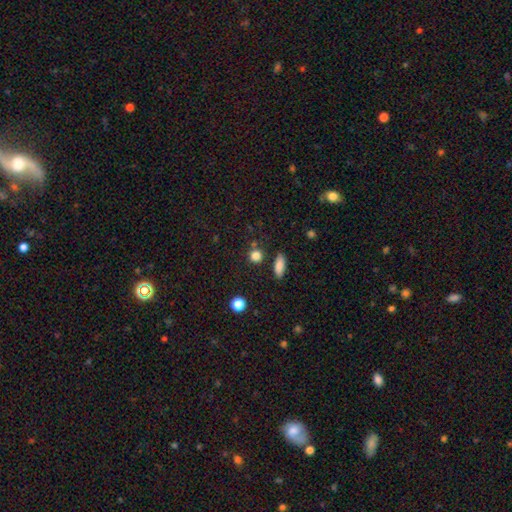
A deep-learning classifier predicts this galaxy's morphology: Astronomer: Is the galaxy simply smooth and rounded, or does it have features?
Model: smooth — 83%.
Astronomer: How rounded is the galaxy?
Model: round — 85%.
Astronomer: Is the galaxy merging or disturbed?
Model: none — 79%.